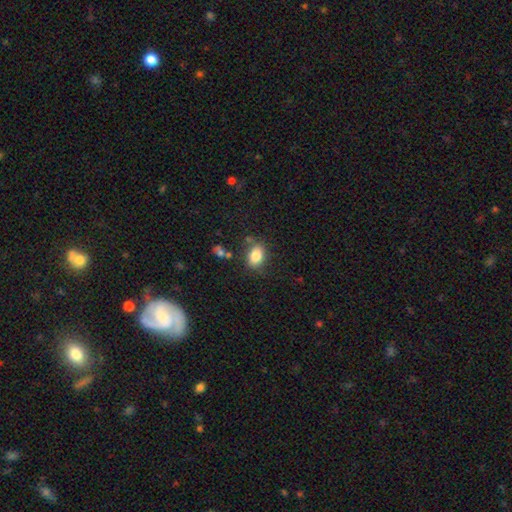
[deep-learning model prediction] Smooth or featured: smooth — 84% (star or artifact — 9%)
How rounded: in between — 78% (round — 20%)
Merging: none — 78% (minor disturbance — 14%)